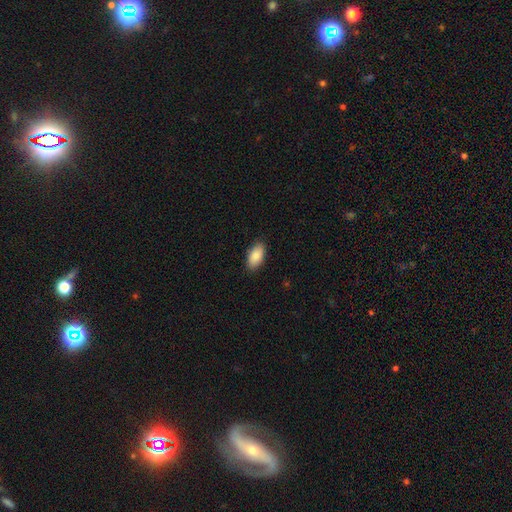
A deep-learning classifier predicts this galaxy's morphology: smooth-or-featured: smooth: 88% | star or artifact: 6% | featured or disk: 5%
  how-rounded: in between: 93% | cigar-shaped: 4% | round: 3%
  merging: none: 88% | minor disturbance: 9% | major disturbance: 2% | merger: 1%